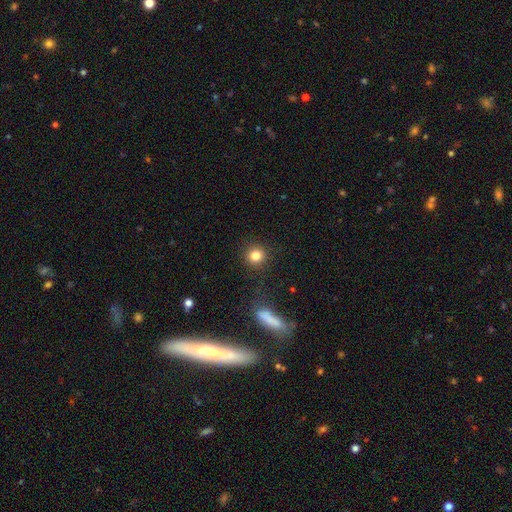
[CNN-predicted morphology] A smooth galaxy with no disk features (83%) that is round (92%).

Vote fractions:
- Smooth or featured? smooth: 83% / star or artifact: 11% / featured or disk: 6%
- How rounded? round: 92% / in between: 7% / cigar-shaped: 1%
- Merging? none: 89% / minor disturbance: 6% / major disturbance: 3% / merger: 2%